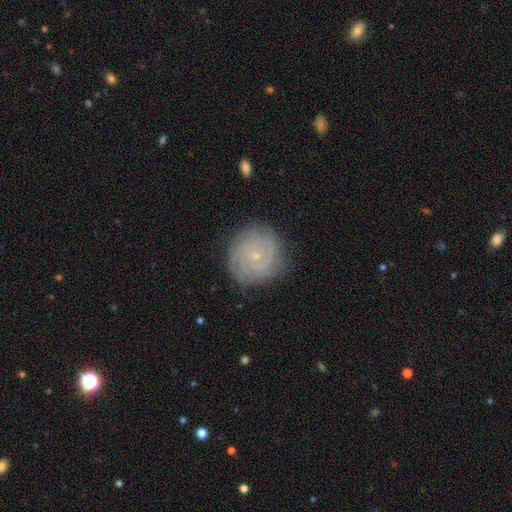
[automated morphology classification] featured or disk 75%, smooth 17%, star or artifact 8%. Down the decision tree: edge-on disk — no (98%); bar — no (78%); spiral arms — yes (93%); spiral arm count — can't tell (34%); spiral winding — tight (79%); bulge size — small (87%); merging — none (82%).